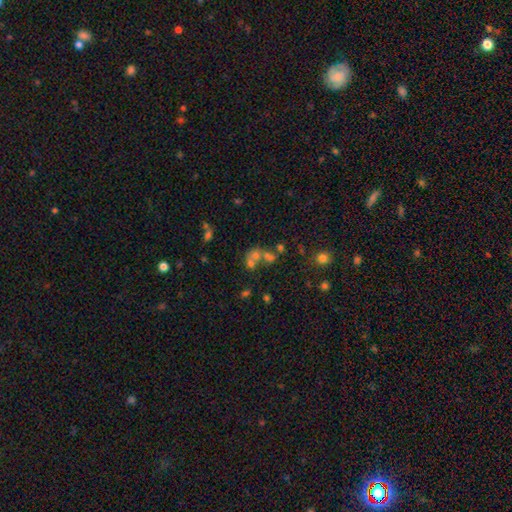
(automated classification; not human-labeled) smooth_or_featured: smooth (p=0.50) [alt: star or artifact p=0.26]
how_rounded: round (p=0.64) [alt: in between p=0.34]
merging: merger (p=0.53) [alt: none p=0.32]